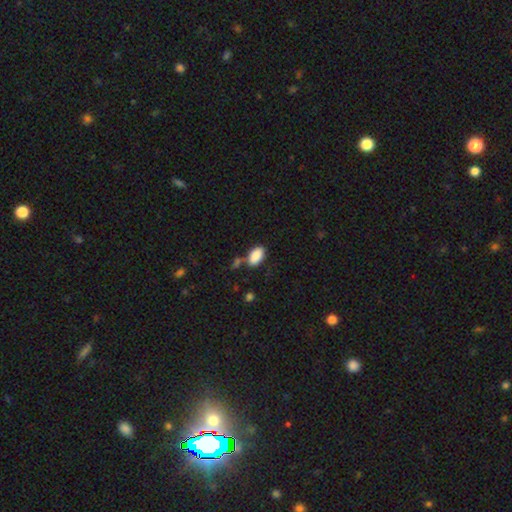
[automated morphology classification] Smooth or featured?
  - smooth: 88% *
  - star or artifact: 7%
  - featured or disk: 5%
How rounded?
  - in between: 94% *
  - round: 4%
  - cigar-shaped: 2%
Merging?
  - none: 64% *
  - minor disturbance: 17%
  - merger: 15%
  - major disturbance: 5%